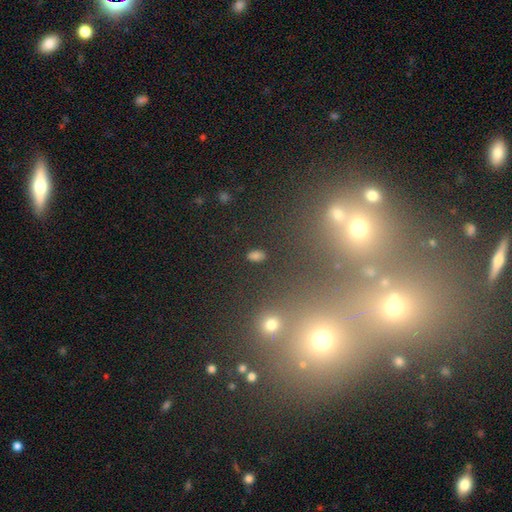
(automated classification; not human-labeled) The model was most divided on "smooth or featured": smooth: 63%, star or artifact: 27%, featured or disk: 10%. More confident: merging — none (84%); how rounded — in between (67%).